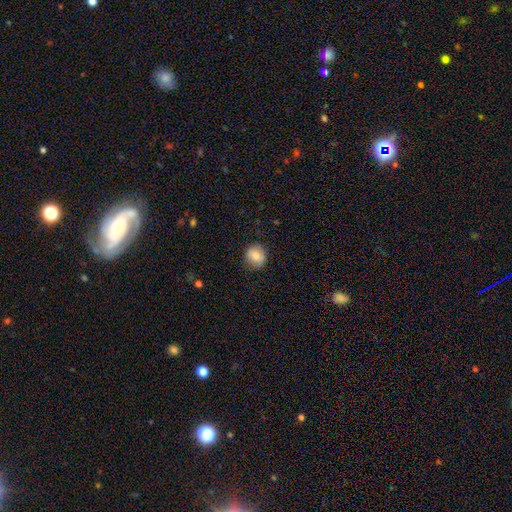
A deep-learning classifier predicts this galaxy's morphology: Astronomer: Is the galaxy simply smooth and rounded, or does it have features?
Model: smooth — 77%.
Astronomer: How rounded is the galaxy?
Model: round — 85%.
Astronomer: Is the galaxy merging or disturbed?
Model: none — 86%.